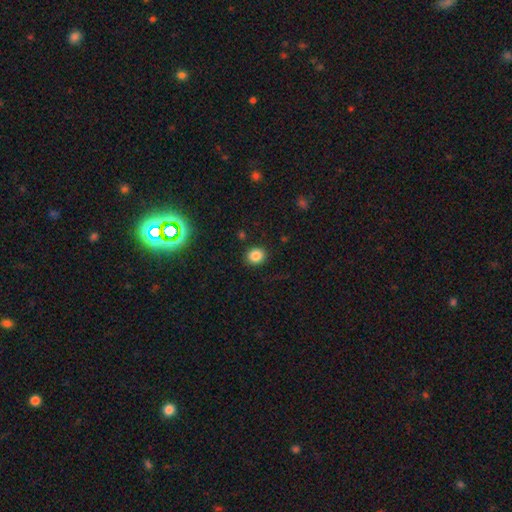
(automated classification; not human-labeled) Smooth or featured?
  - smooth: 84% *
  - star or artifact: 11%
  - featured or disk: 5%
How rounded?
  - round: 76% *
  - in between: 24%
  - cigar-shaped: 1%
Merging?
  - none: 88% *
  - minor disturbance: 8%
  - major disturbance: 3%
  - merger: 2%